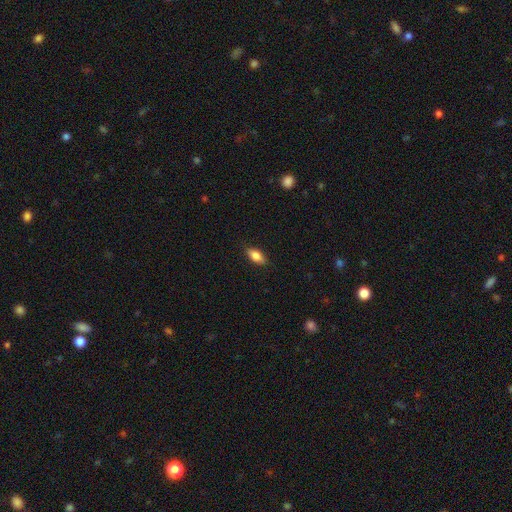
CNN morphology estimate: smooth 82%, featured or disk 10%, star or artifact 7%. Down the decision tree: how rounded — in between (87%); merging — none (86%).